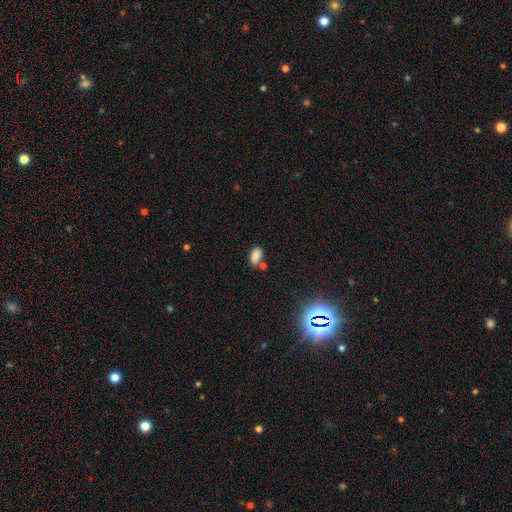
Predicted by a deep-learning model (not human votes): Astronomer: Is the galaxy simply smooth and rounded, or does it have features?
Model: smooth — 84%.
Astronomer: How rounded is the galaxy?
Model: in between — 92%.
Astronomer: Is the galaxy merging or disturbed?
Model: none — 60%.